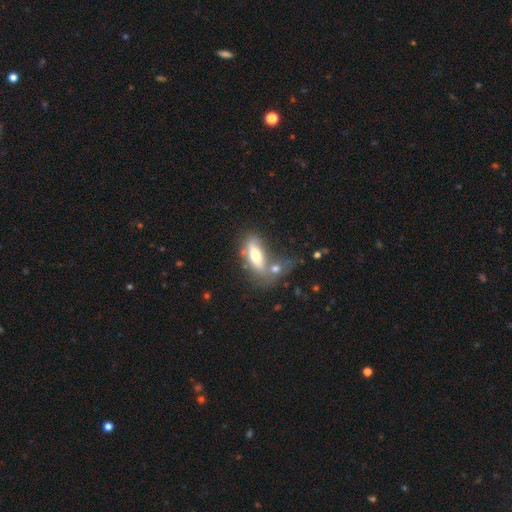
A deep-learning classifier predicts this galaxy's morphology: This appears to be a smooth galaxy with no disk features (62%) that is in between round and cigar-shaped (70%). Merging: merger (41%).